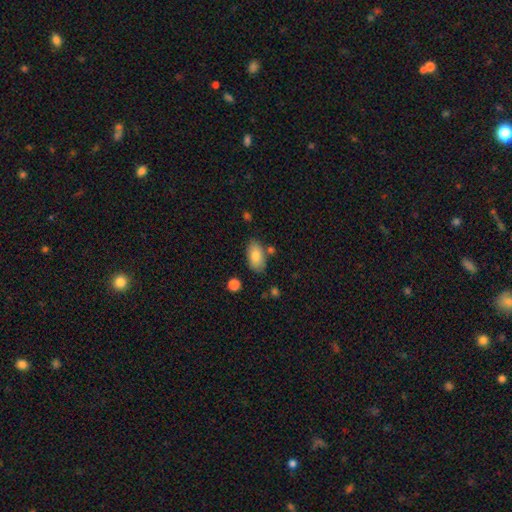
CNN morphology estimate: Overall: smooth (83%). How rounded: in between (93%). Merging: none (75%).